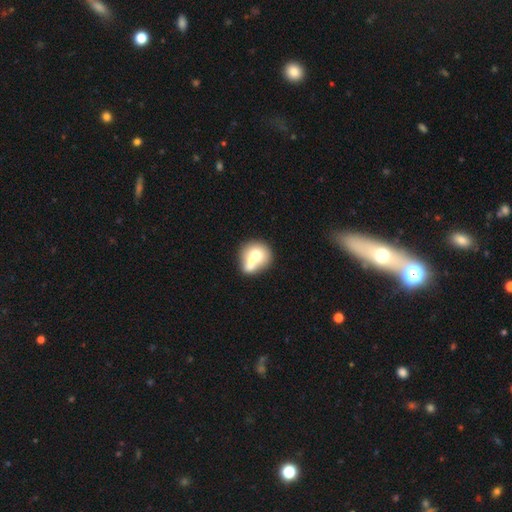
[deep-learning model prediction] A smooth galaxy with no disk features (62%) that is round (78%).

Vote fractions:
- Smooth or featured? smooth: 62% / featured or disk: 29% / star or artifact: 9%
- How rounded? round: 78% / in between: 21% / cigar-shaped: 1%
- Merging? merger: 57% / none: 31% / minor disturbance: 8% / major disturbance: 4%